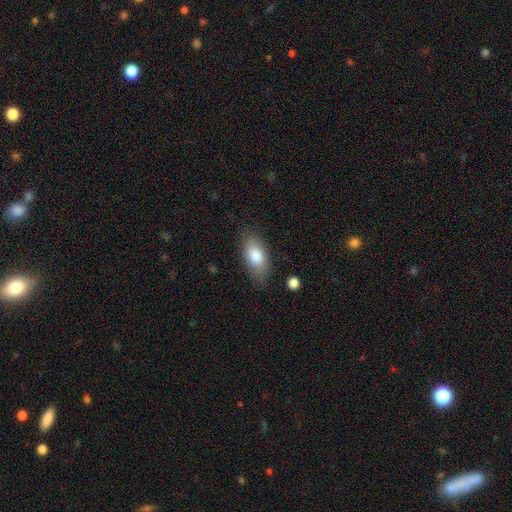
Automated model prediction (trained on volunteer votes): Q: Smooth or featured?
A: smooth (82%); runner-up: featured or disk (12%)
Q: How rounded?
A: in between (88%); runner-up: cigar-shaped (9%)
Q: Merging?
A: none (79%); runner-up: minor disturbance (15%)